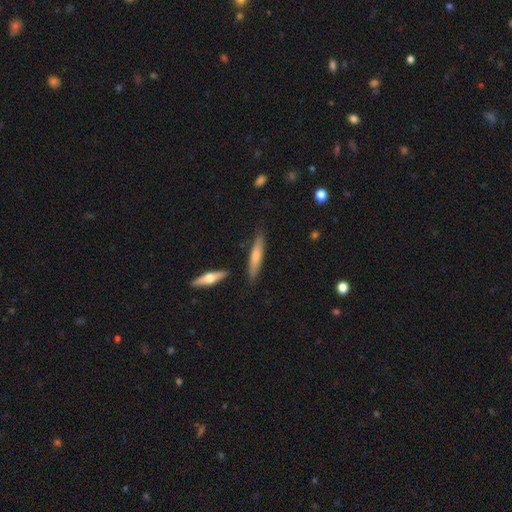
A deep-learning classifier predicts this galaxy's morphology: smooth-or-featured: smooth: 54% | featured or disk: 39% | star or artifact: 6%
  how-rounded: cigar-shaped: 85% | in between: 13% | round: 2%
  merging: none: 82% | minor disturbance: 12% | merger: 3% | major disturbance: 2%